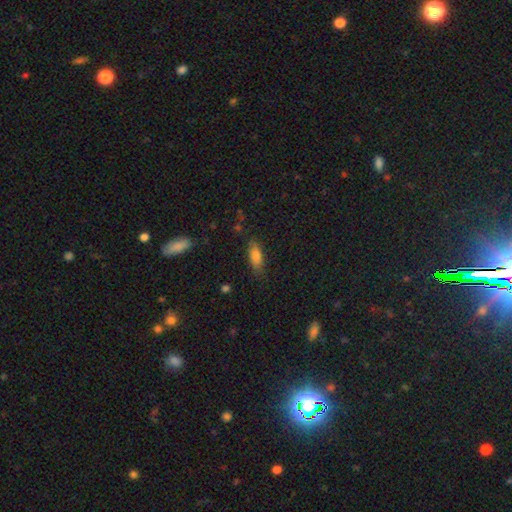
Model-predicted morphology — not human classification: A smooth galaxy with no disk features (79%) that is in between round and cigar-shaped (72%). Merging: none (78%).